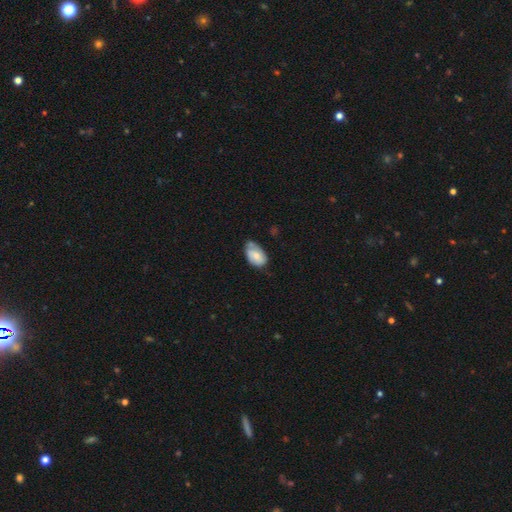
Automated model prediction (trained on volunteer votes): Q: Smooth or featured?
A: smooth (65%); runner-up: featured or disk (28%)
Q: How rounded?
A: in between (91%); runner-up: round (8%)
Q: Merging?
A: none (46%); runner-up: minor disturbance (39%)